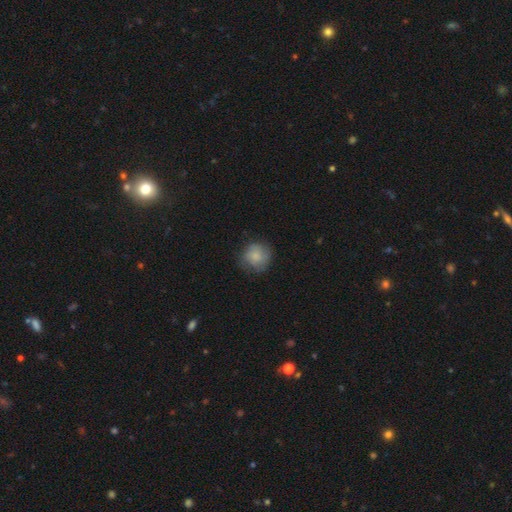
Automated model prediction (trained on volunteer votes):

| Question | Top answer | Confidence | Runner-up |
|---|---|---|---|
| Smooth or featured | smooth | 78% | featured or disk (15%) |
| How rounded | round | 87% | in between (12%) |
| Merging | none | 70% | minor disturbance (22%) |